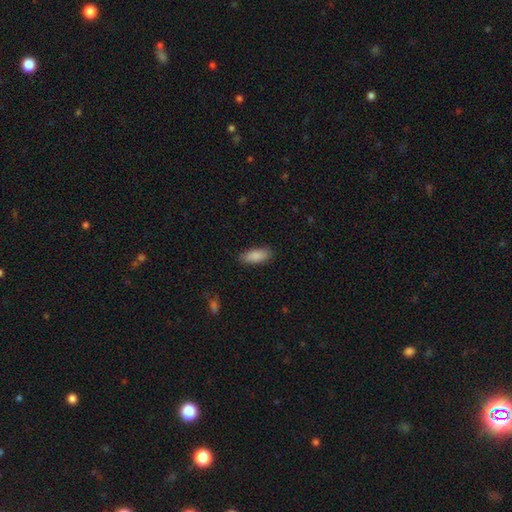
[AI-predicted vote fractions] smooth 88%, star or artifact 6%, featured or disk 5%. Down the decision tree: how rounded — in between (81%); merging — none (85%).